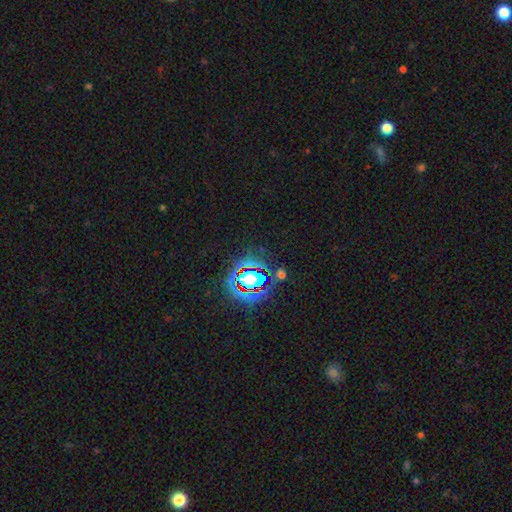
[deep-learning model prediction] smooth-or-featured: star or artifact: 81% | smooth: 11% | featured or disk: 7%